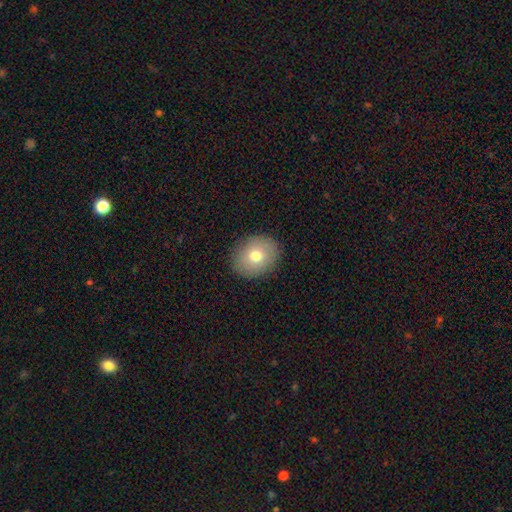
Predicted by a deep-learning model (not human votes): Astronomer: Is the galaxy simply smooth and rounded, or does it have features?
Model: smooth — 75%.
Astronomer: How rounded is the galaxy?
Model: round — 55% (runner-up: in between, 44%).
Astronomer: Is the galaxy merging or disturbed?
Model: none — 89%.